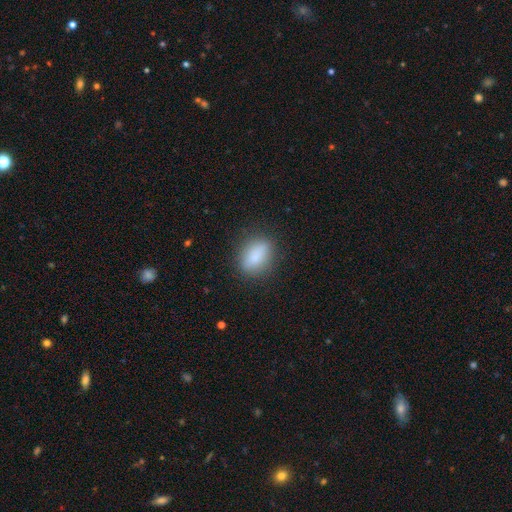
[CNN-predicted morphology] smooth_or_featured: smooth (p=0.80) [alt: featured or disk p=0.13]
how_rounded: in between (p=0.73) [alt: round p=0.19]
merging: none (p=0.82) [alt: minor disturbance p=0.13]